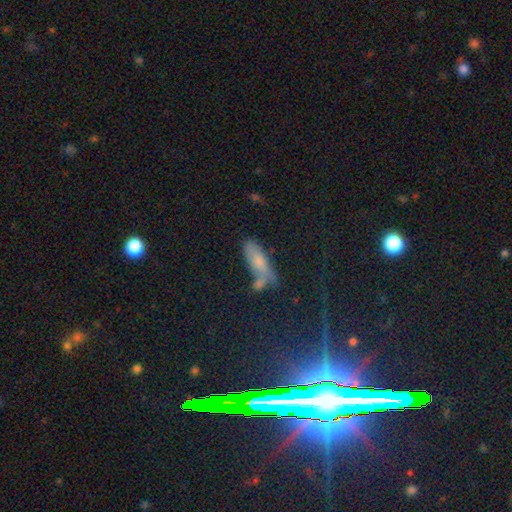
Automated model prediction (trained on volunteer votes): This appears to be a smooth galaxy with no disk features (47%). Merging: none (54%).